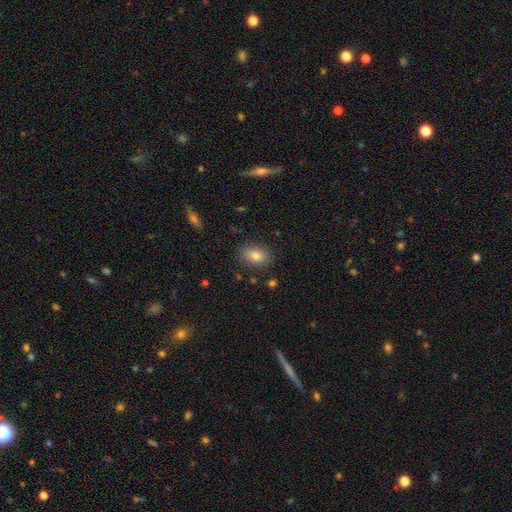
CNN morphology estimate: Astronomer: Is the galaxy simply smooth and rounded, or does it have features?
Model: smooth — 80%.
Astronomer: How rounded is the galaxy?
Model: in between — 79%.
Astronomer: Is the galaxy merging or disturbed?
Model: none — 85%.